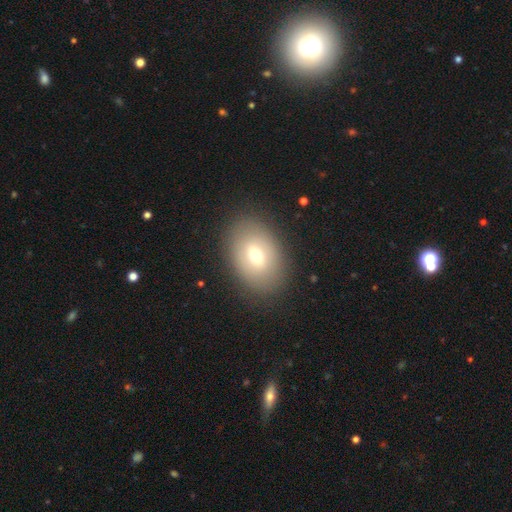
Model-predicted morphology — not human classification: smooth_or_featured: smooth (p=0.64) [alt: featured or disk p=0.26]
how_rounded: in between (p=0.80) [alt: round p=0.19]
merging: none (p=0.87) [alt: minor disturbance p=0.09]